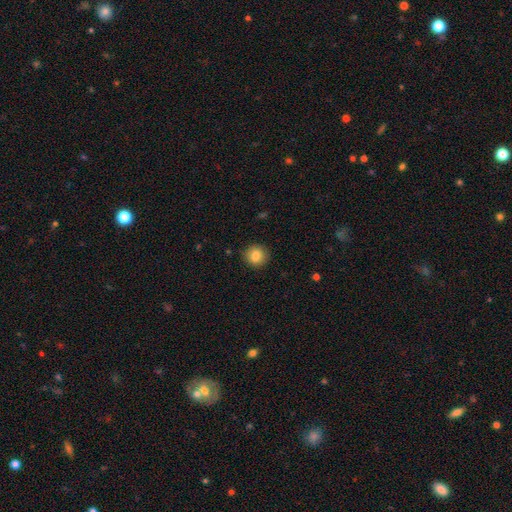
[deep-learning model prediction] This appears to be a smooth galaxy with no disk features (84%) that is round (91%). Merging: none (90%).